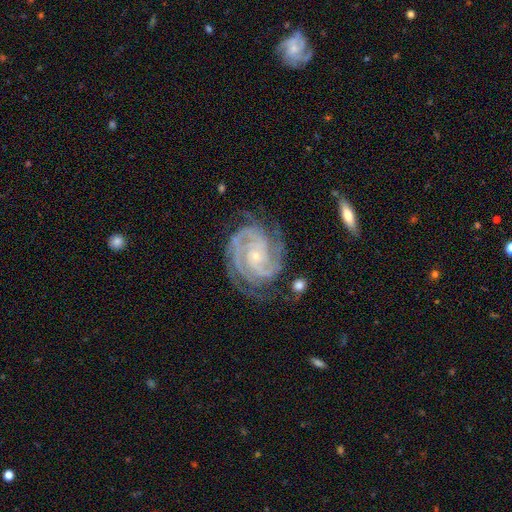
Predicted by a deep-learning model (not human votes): Smooth or featured? Predicted: featured or disk (p=0.93). Edge-on disk? Predicted: no (p=0.98). Bar? Predicted: no (p=0.71). Spiral arms? Predicted: yes (p=0.99). Spiral winding? Predicted: tight (p=0.77). Spiral arm count? Predicted: 3 (p=0.31). Bulge size? Predicted: small (p=0.82). Merging? Predicted: none (p=0.72).